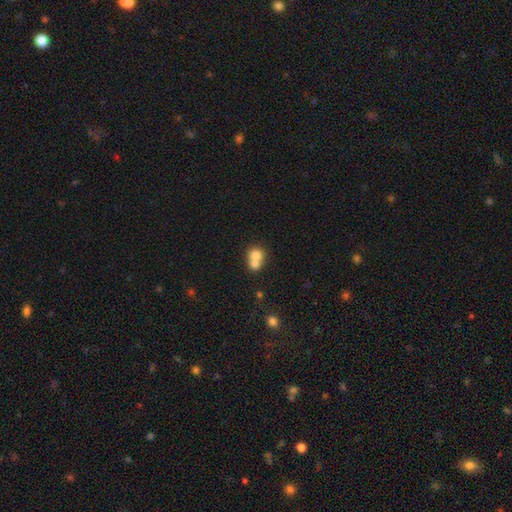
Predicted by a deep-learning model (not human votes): Smooth or featured: smooth — 73% (featured or disk — 17%)
How rounded: round — 75% (in between — 24%)
Merging: merger — 67% (none — 26%)